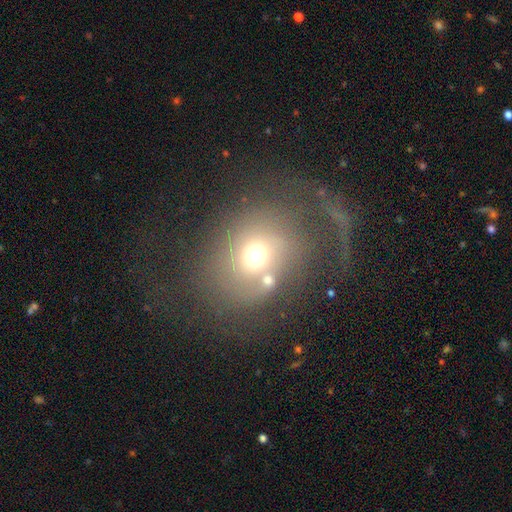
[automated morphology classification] Smooth or featured?
  - smooth: 46% *
  - featured or disk: 40%
  - star or artifact: 14%
Merging?
  - none: 37% *
  - major disturbance: 35%
  - minor disturbance: 16%
  - merger: 11%